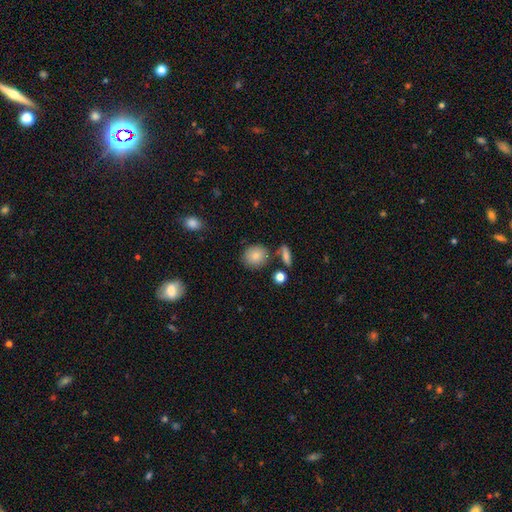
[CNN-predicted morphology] Overall: smooth (83%). How rounded: round (74%). Merging: none (76%).